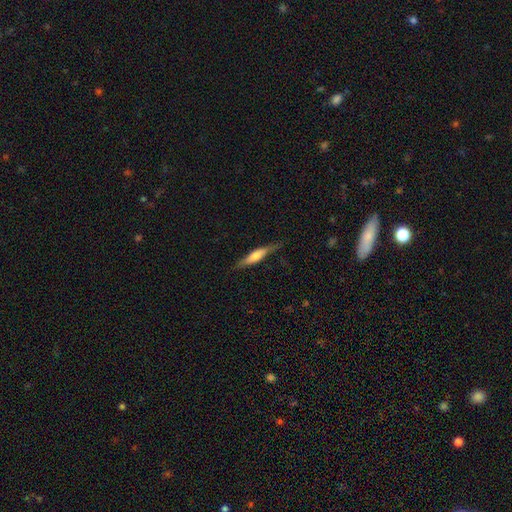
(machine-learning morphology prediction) Overall: featured or disk (48%; smooth 46%). Merging: none (72%).